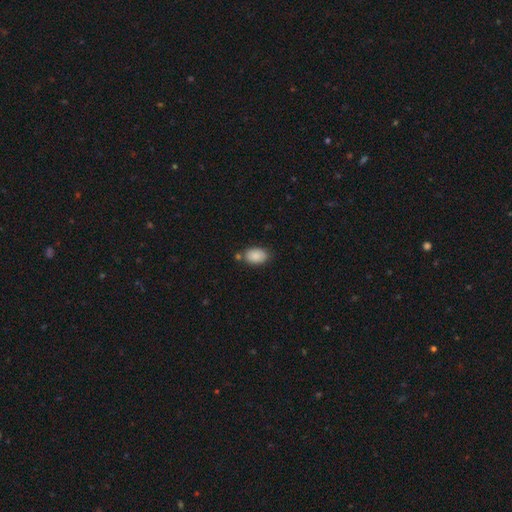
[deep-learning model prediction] Q: Smooth or featured?
A: smooth (88%); runner-up: star or artifact (7%)
Q: How rounded?
A: in between (88%); runner-up: round (10%)
Q: Merging?
A: none (71%); runner-up: minor disturbance (16%)